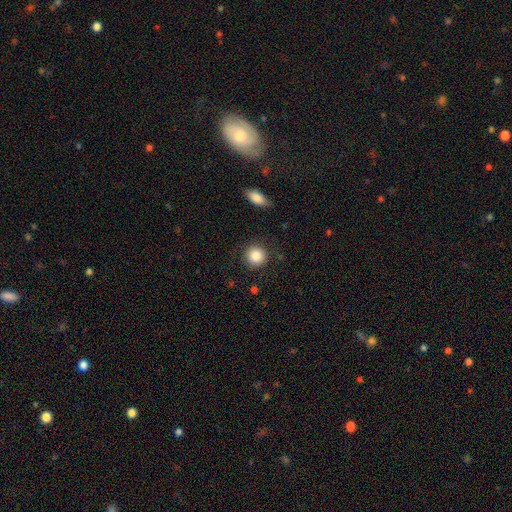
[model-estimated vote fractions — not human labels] Smooth or featured? Predicted: smooth (p=0.87). How rounded? Predicted: round (p=0.93). Merging? Predicted: none (p=0.88).